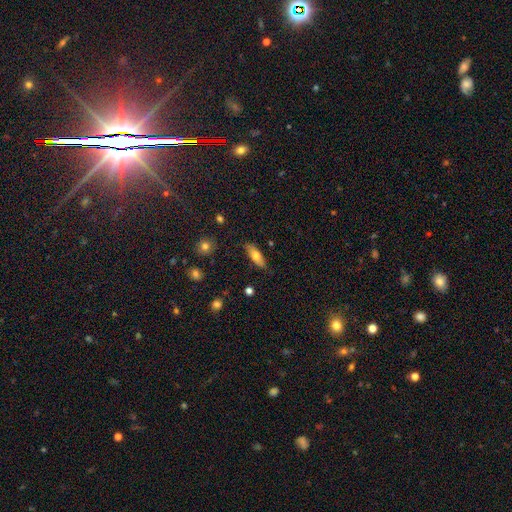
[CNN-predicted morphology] Smooth or featured? smooth (68%)
How rounded? in between (56%)
Merging? none (82%)